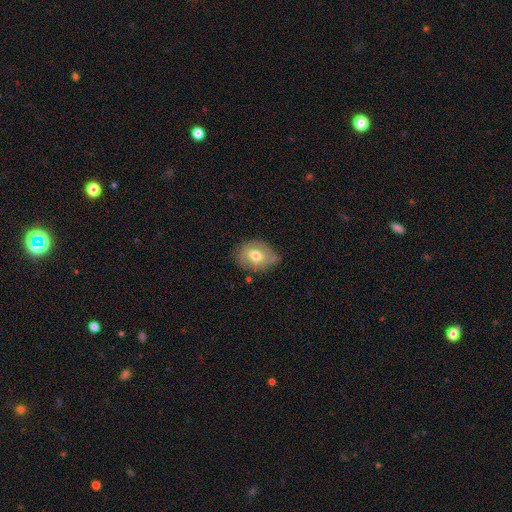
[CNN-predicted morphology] Q: Smooth or featured?
A: smooth (58%); runner-up: featured or disk (34%)
Q: How rounded?
A: in between (59%); runner-up: round (40%)
Q: Merging?
A: none (65%); runner-up: minor disturbance (25%)